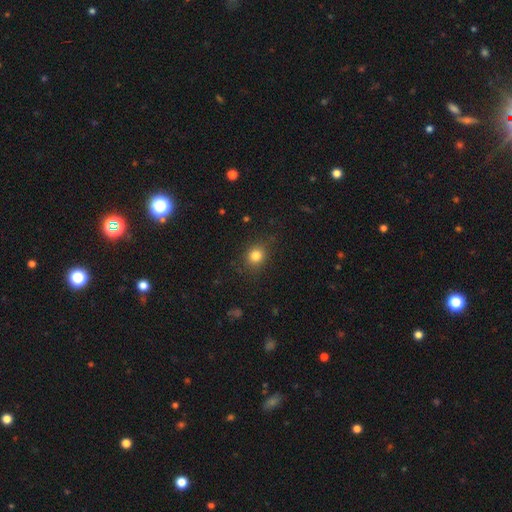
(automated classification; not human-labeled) Smooth or featured? smooth (82%)
How rounded? round (76%)
Merging? none (84%)